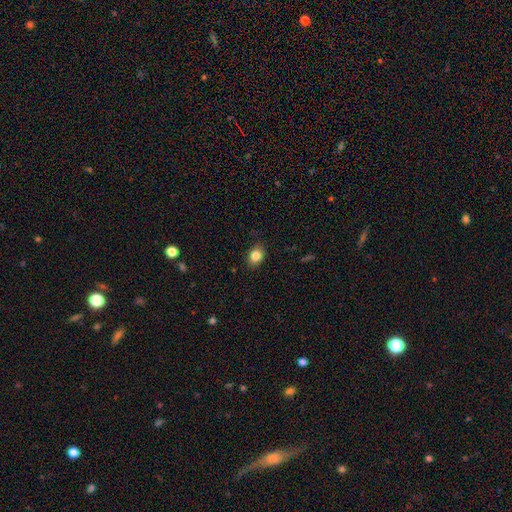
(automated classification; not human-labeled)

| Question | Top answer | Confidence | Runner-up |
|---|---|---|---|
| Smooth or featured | smooth | 85% | star or artifact (10%) |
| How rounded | in between | 57% | round (41%) |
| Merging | none | 86% | minor disturbance (11%) |